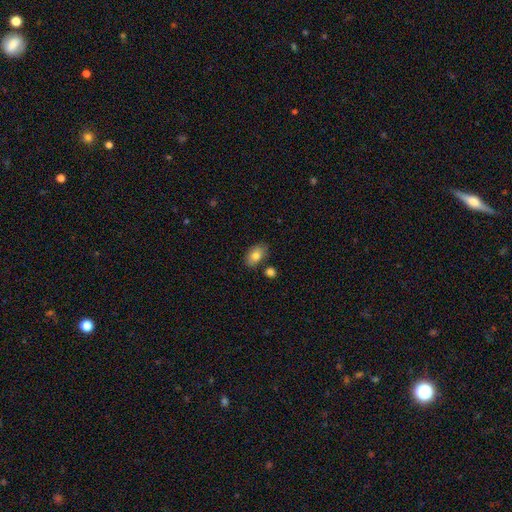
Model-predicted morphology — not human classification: Overall: smooth (81%). How rounded: in between (89%). Merging: none (77%).